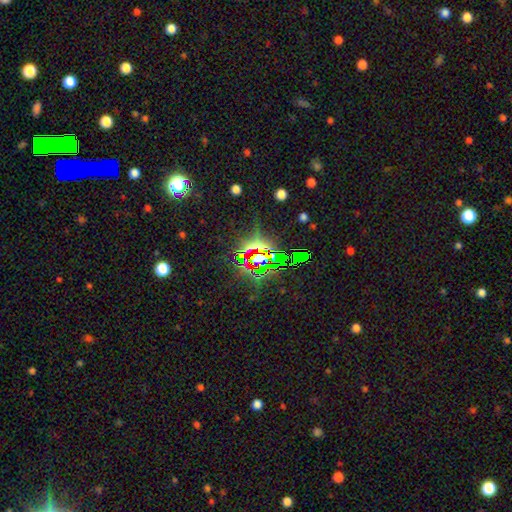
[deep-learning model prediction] Smooth or featured? star or artifact (76%)